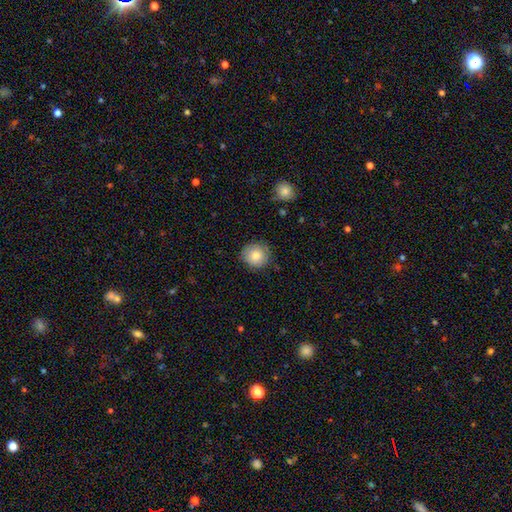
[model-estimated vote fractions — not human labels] This is clearly a smooth galaxy (82%). How rounded: clearly round (91%). Merging: clearly none (85%).